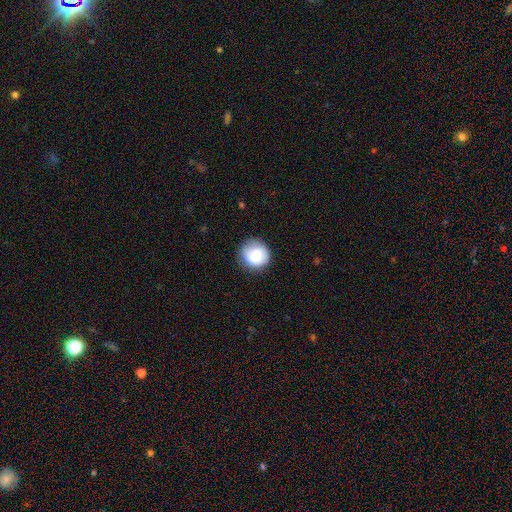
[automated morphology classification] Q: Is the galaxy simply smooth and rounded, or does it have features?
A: smooth — 82%.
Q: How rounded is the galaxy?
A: round — 91%.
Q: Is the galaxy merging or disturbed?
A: none — 80%.